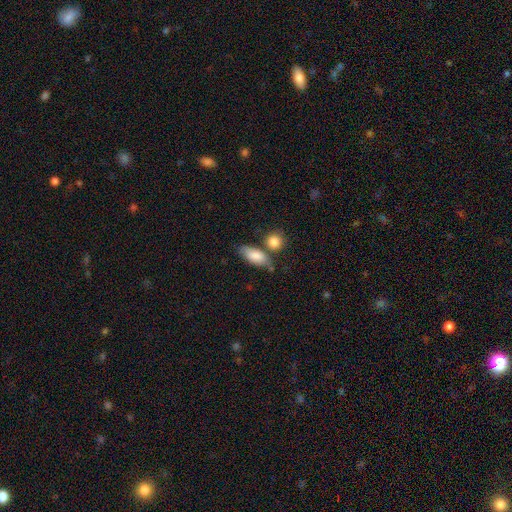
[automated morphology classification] Q: Smooth or featured?
A: smooth (83%); runner-up: featured or disk (11%)
Q: How rounded?
A: in between (82%); runner-up: cigar-shaped (13%)
Q: Merging?
A: none (57%); runner-up: merger (20%)